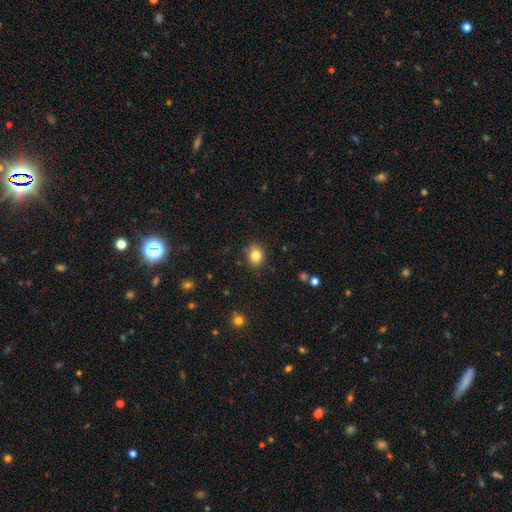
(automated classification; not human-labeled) smooth 82%, star or artifact 11%, featured or disk 7%. Down the decision tree: how rounded — round (55%); merging — none (85%).